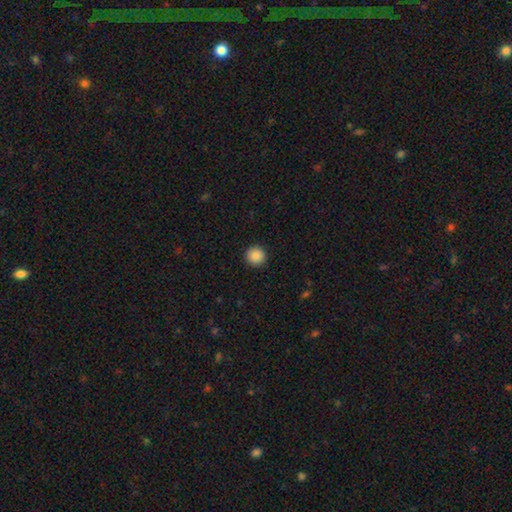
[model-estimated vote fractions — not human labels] A smooth galaxy with no disk features (88%) that is round (95%). Merging: none (93%).